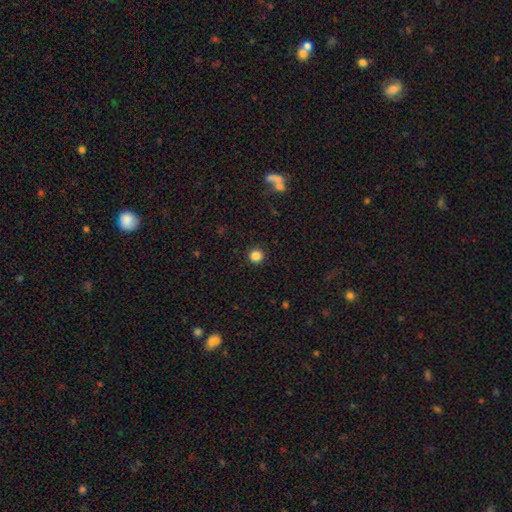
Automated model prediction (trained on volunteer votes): smooth 86%, star or artifact 11%, featured or disk 3%. Down the decision tree: how rounded — round (94%); merging — none (92%).